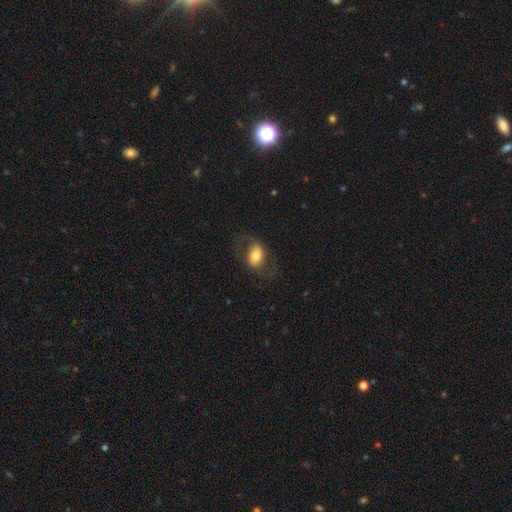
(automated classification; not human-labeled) smooth_or_featured: smooth (p=0.48) [alt: featured or disk p=0.45]
merging: none (p=0.65) [alt: minor disturbance p=0.17]